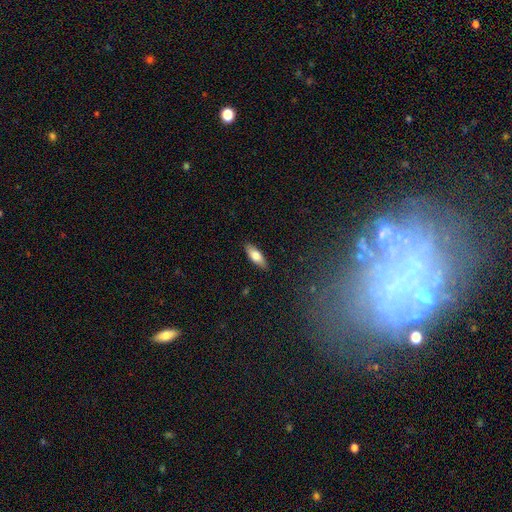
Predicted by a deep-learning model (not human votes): smooth-or-featured: smooth: 73% | featured or disk: 21% | star or artifact: 6%
  how-rounded: in between: 66% | cigar-shaped: 32% | round: 2%
  merging: none: 89% | minor disturbance: 9% | major disturbance: 2% | merger: 1%